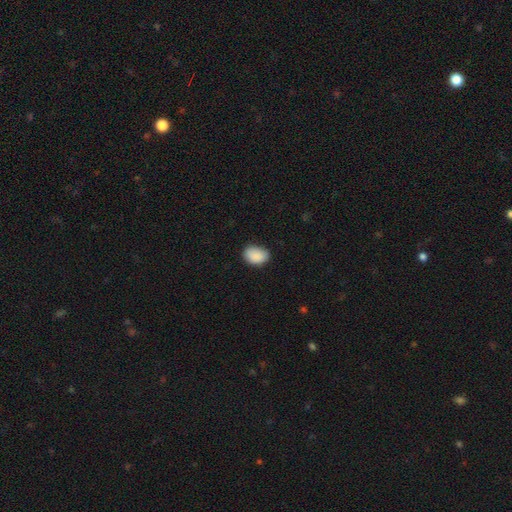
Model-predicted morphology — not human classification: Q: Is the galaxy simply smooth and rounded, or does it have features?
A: smooth — 90%.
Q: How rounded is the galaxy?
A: in between — 80%.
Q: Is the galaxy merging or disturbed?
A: none — 76%.